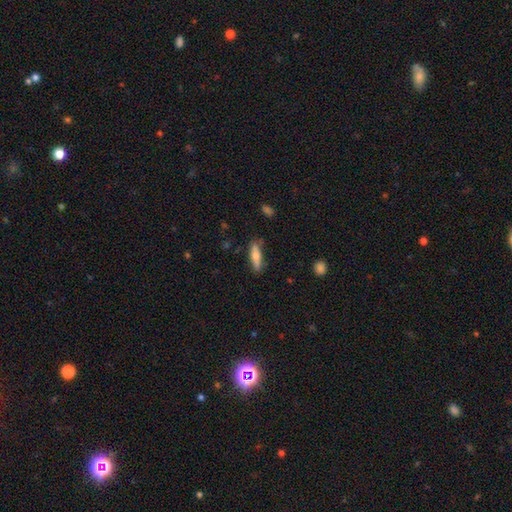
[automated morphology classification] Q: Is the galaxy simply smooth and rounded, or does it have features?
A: smooth — 63%.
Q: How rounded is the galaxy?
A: cigar-shaped — 61%.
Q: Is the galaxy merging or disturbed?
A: none — 79%.